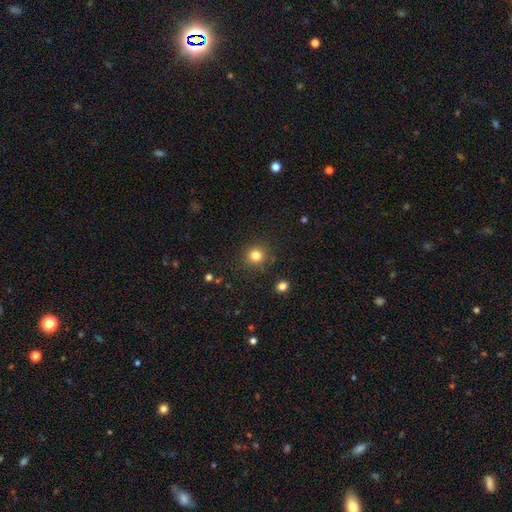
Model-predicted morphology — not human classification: type=smooth (82%); roundness=round (90%); merging=none (88%).